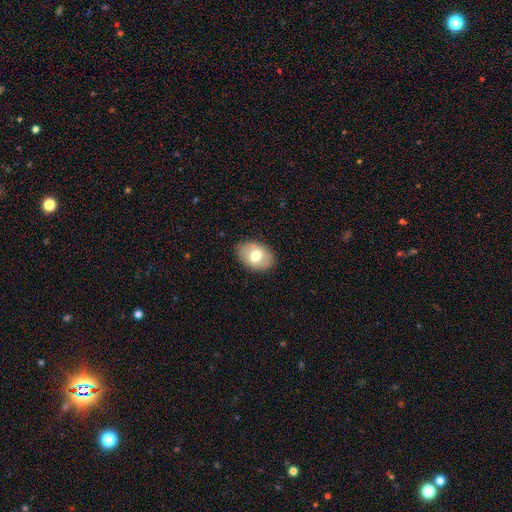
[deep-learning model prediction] Q: Smooth or featured?
A: smooth (69%); runner-up: featured or disk (24%)
Q: How rounded?
A: in between (80%); runner-up: round (18%)
Q: Merging?
A: none (85%); runner-up: minor disturbance (11%)